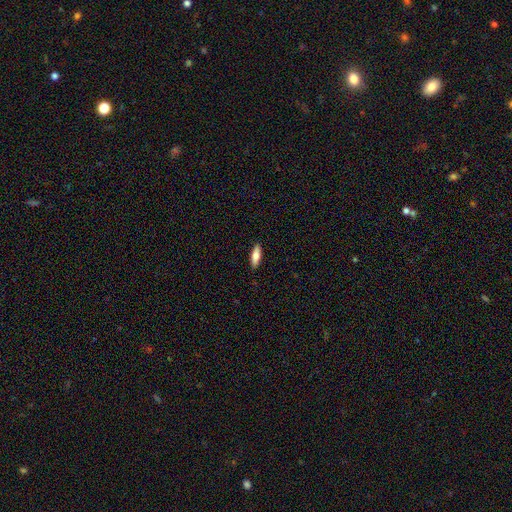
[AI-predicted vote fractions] smooth-or-featured: smooth: 72% | featured or disk: 23% | star or artifact: 6%
  how-rounded: in between: 54% | cigar-shaped: 43% | round: 2%
  merging: none: 90% | minor disturbance: 7% | major disturbance: 2% | merger: 1%